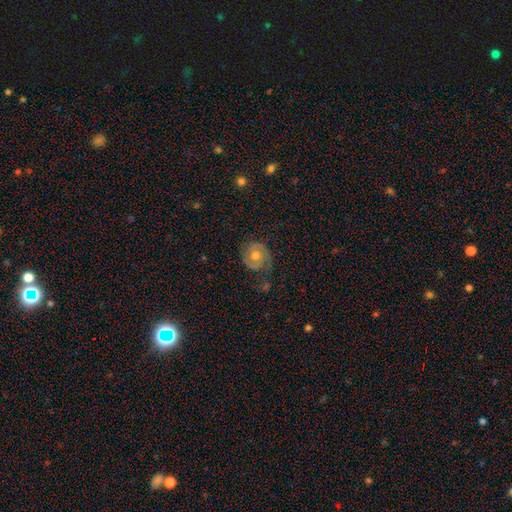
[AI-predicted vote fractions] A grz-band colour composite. It shows a featured or disk galaxy (79%) with no bar (73%), 2 (82%) tight (58%) spiral arms (93%) and a moderate central bulge (75%). Merging: none (77%).